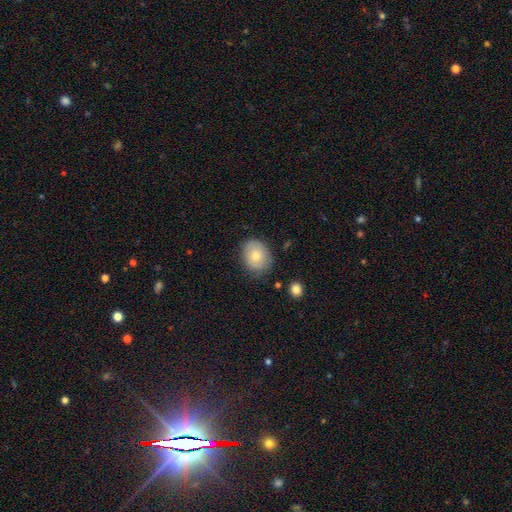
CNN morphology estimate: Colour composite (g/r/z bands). It shows a smooth galaxy with no disk features (74%) that is round (51%). Merging: none (76%).